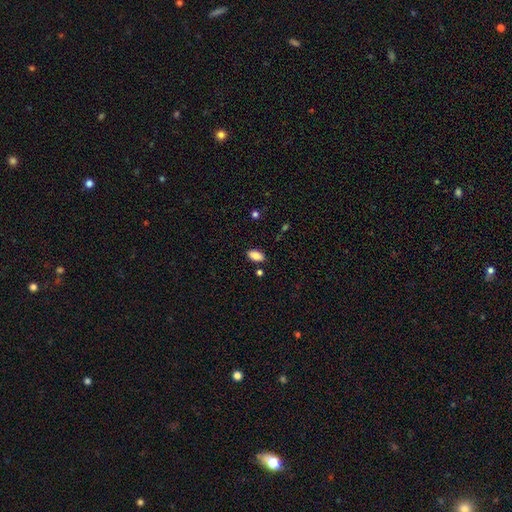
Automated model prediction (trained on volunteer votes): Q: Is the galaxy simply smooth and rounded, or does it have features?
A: smooth — 85%.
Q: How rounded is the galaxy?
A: in between — 92%.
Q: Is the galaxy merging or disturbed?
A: none — 85%.